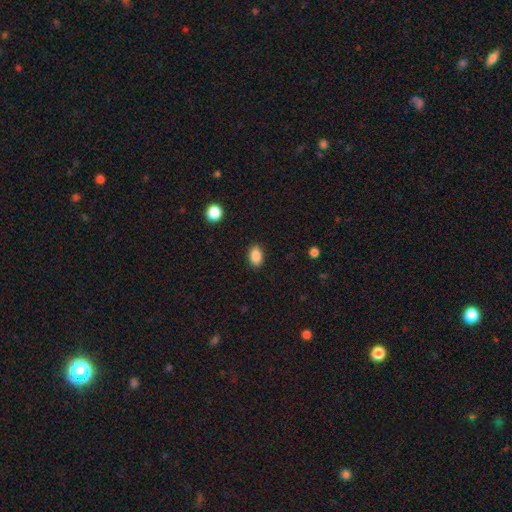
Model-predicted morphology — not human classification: smooth 88%, star or artifact 8%, featured or disk 4%. Down the decision tree: how rounded — in between (88%); merging — none (88%).